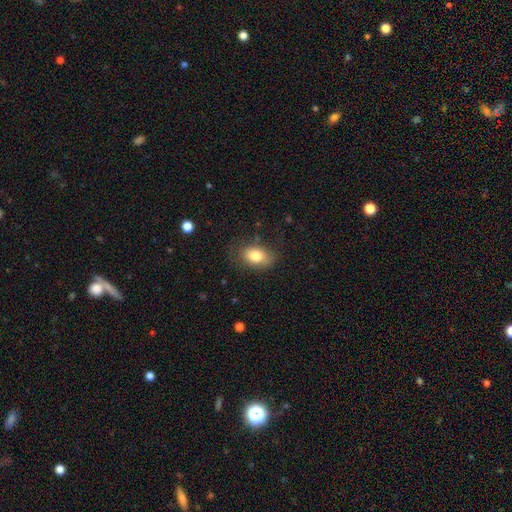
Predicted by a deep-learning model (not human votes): This is likely a smooth galaxy (80%). How rounded: clearly in between (82%). Merging: likely none (73%).